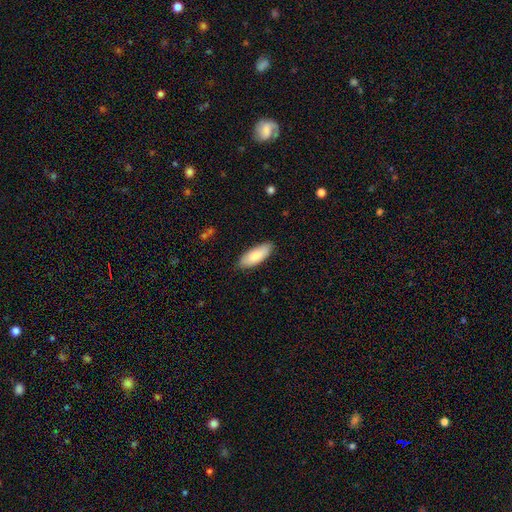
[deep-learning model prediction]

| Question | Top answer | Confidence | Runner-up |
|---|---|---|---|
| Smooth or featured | smooth | 85% | featured or disk (10%) |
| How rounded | in between | 74% | cigar-shaped (24%) |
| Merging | none | 85% | minor disturbance (12%) |